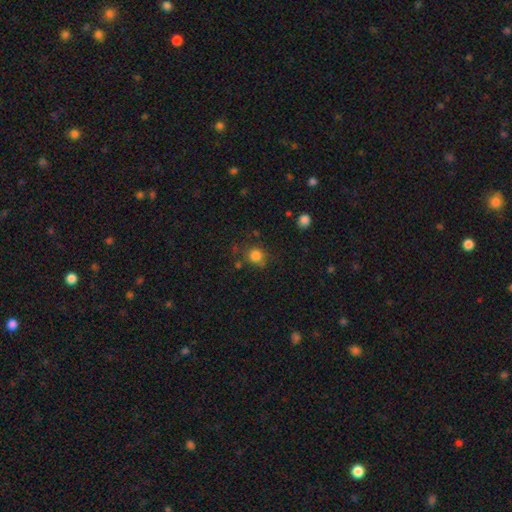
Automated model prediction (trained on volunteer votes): smooth 81%, star or artifact 12%, featured or disk 6%. Down the decision tree: how rounded — round (84%); merging — none (73%).